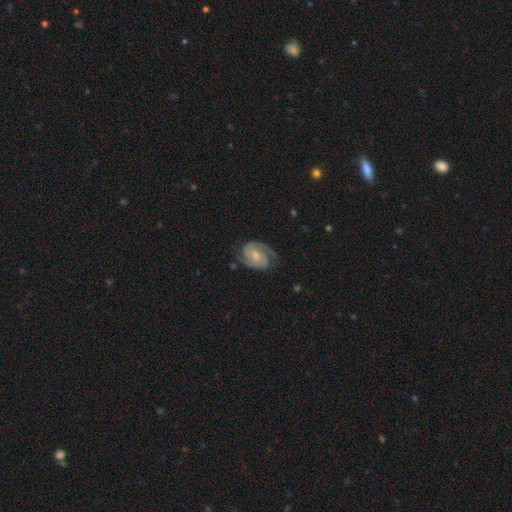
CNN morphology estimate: Smooth or featured: featured or disk — 91% (smooth — 5%)
Edge-on disk: no — 98% (yes — 2%)
Bar: no — 49% (weak — 40%)
Spiral arms: yes — 98% (no — 2%)
Spiral winding: tight — 54% (medium — 39%)
Spiral arm count: 2 — 84% (3 — 8%)
Bulge size: small — 54% (moderate — 38%)
Merging: none — 77% (minor disturbance — 16%)